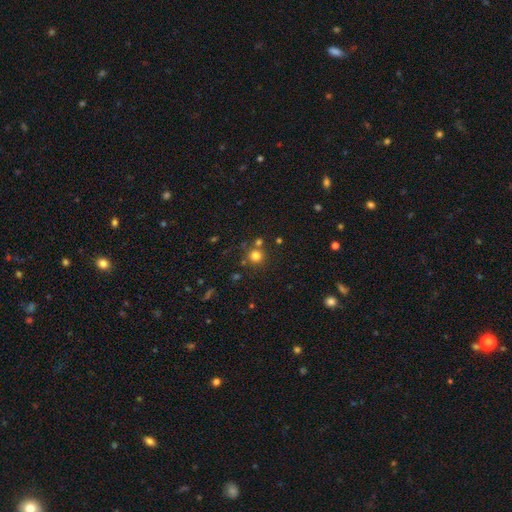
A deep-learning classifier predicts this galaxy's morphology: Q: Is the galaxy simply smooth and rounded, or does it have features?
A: smooth — 76%.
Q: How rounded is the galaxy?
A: round — 93%.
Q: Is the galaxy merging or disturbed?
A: none — 73%.